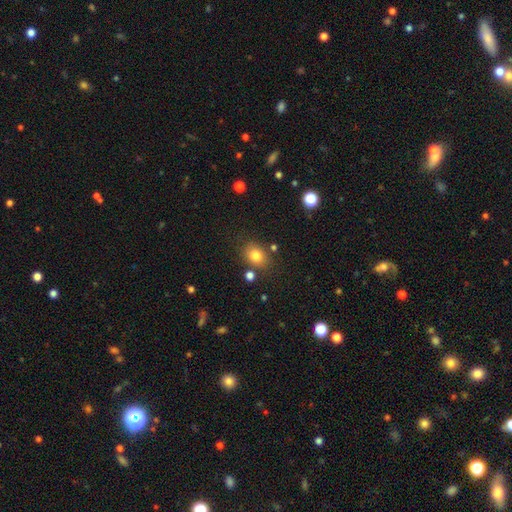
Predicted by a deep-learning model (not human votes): Smooth or featured?
  - smooth: 80% *
  - star or artifact: 11%
  - featured or disk: 8%
How rounded?
  - in between: 53% *
  - round: 46%
  - cigar-shaped: 1%
Merging?
  - none: 78% *
  - minor disturbance: 12%
  - merger: 6%
  - major disturbance: 4%